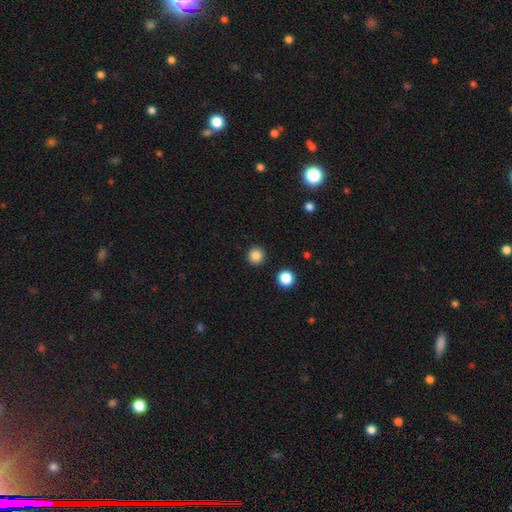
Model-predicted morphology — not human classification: This appears to be a smooth galaxy with no disk features (84%) that is round (93%). Merging: none (92%).